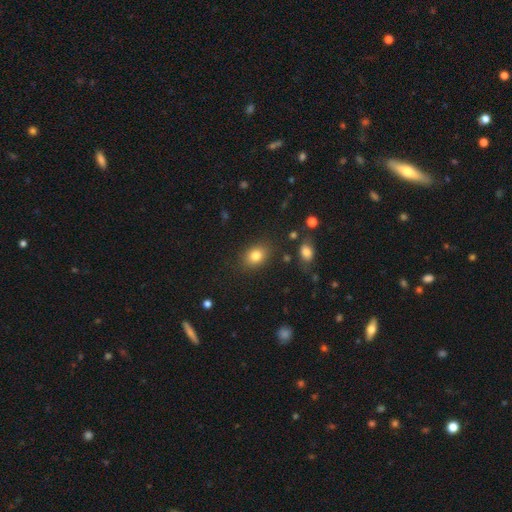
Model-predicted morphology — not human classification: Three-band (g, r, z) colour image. It shows a smooth galaxy with no disk features (82%) that is in between round and cigar-shaped (63%). Merging: none (83%).